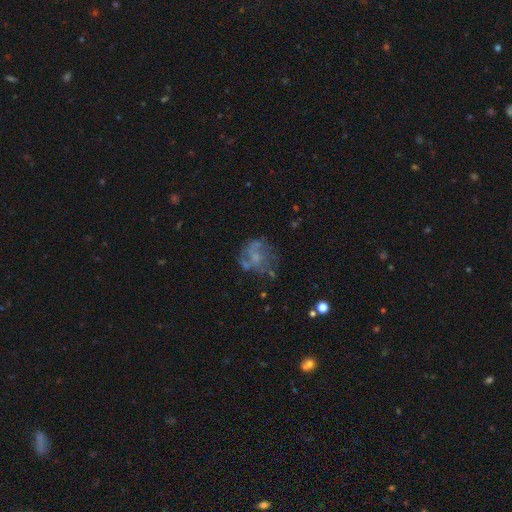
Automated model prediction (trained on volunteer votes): Morphology: type=featured or disk (56%); edge-on=no (98%); bar=no (82%); spiral arms=no (64%); bulge=none (43%); merging=none (49%).